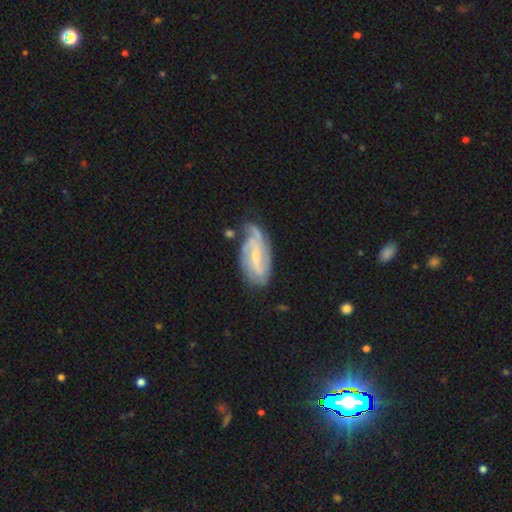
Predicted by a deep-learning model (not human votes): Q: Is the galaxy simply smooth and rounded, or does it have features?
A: featured or disk — 81%.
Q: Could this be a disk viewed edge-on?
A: no — 94%.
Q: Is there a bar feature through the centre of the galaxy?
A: weak — 47%.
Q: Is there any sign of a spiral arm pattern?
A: yes — 94%.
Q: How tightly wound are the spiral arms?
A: medium — 42%.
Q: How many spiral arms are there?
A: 2 — 39%.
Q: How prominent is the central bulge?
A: small — 63%.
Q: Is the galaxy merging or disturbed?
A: none — 58%.